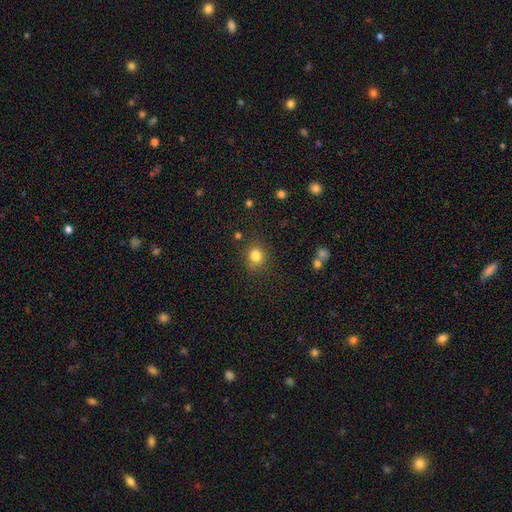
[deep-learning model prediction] Morphology: type=smooth (81%); roundness=round (80%); merging=none (79%).